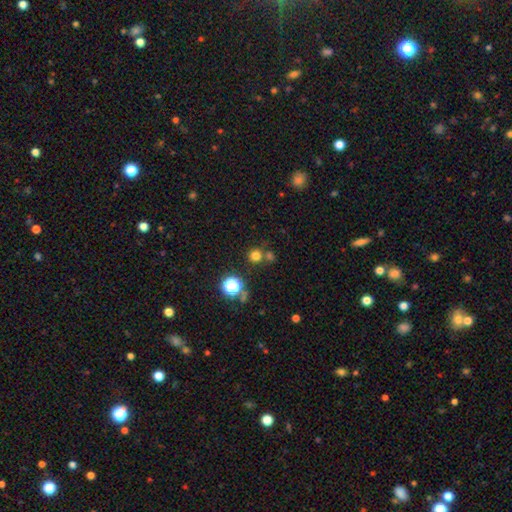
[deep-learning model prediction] Smooth or featured: smooth — 71% (star or artifact — 23%)
How rounded: round — 93% (in between — 6%)
Merging: none — 71% (merger — 18%)